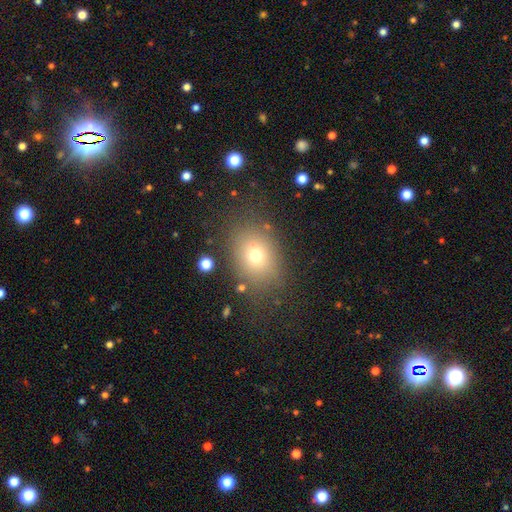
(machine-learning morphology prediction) Smooth or featured? Predicted: smooth (p=0.70). How rounded? Predicted: in between (p=0.59). Merging? Predicted: none (p=0.78).